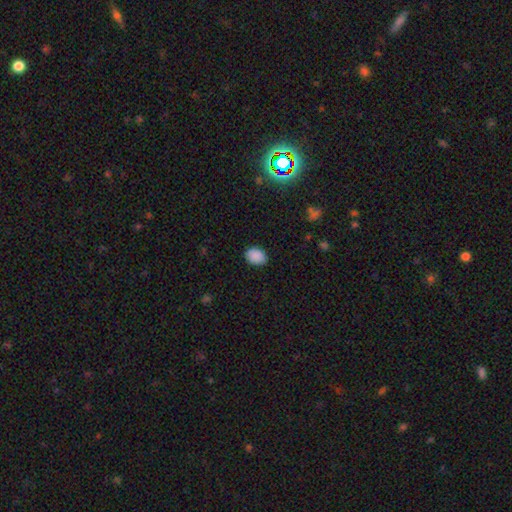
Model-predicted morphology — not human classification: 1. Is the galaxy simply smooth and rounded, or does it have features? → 89% smooth, 8% star or artifact, 3% featured or disk.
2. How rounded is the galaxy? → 65% in between, 34% round, 1% cigar-shaped.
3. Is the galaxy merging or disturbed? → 86% none, 11% minor disturbance, 2% major disturbance, 1% merger.